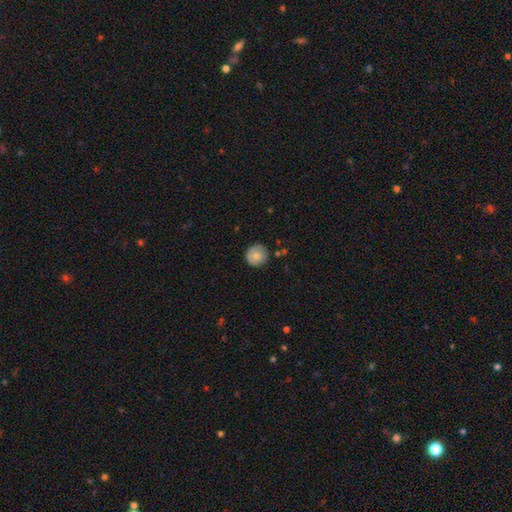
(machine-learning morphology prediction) This appears to be a smooth galaxy with no disk features (74%) that is round (94%). Merging: none (84%).